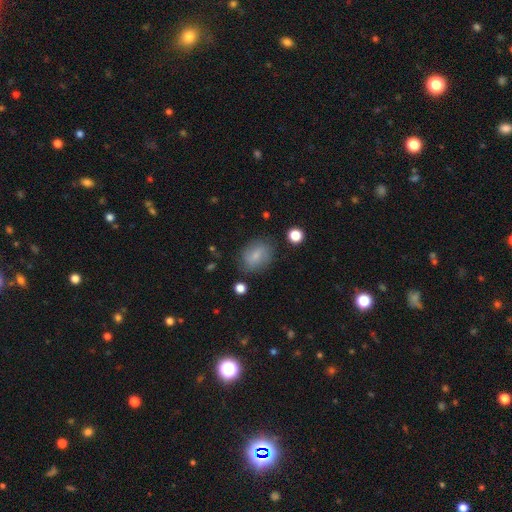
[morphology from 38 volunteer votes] Smooth or featured? 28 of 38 (74%) said smooth. How rounded? 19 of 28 (68%) said in between. Merging? 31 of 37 (84%) said none.